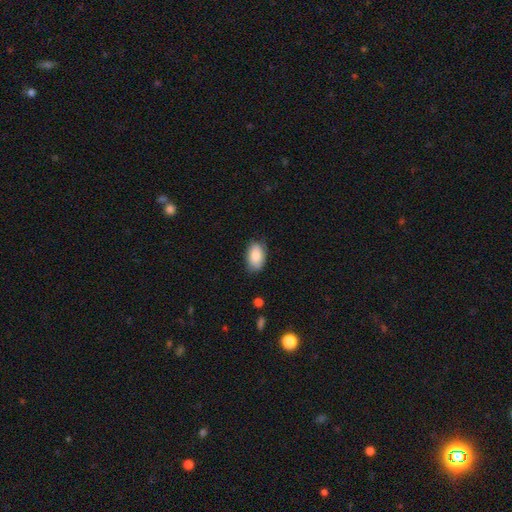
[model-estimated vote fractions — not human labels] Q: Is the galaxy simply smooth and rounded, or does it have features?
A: smooth — 86%.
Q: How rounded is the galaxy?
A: in between — 93%.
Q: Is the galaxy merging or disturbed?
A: none — 80%.